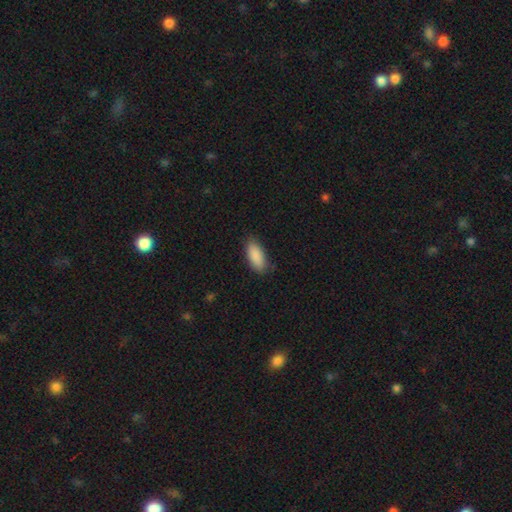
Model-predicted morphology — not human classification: A smooth galaxy with no disk features (89%) that is in between round and cigar-shaped (85%). Merging: none (81%).